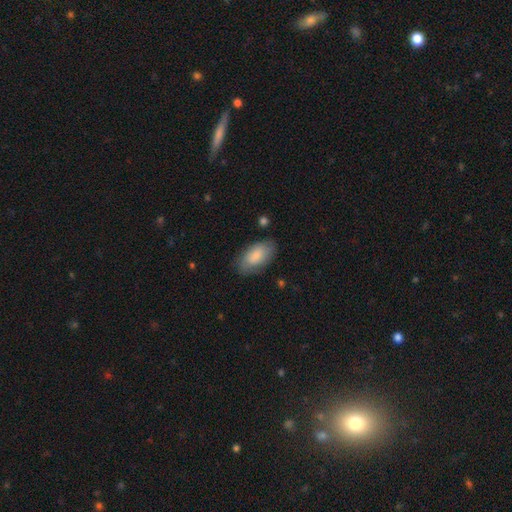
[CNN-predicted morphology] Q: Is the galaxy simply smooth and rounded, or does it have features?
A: smooth — 84%.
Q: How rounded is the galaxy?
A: in between — 94%.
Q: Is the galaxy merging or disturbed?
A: none — 78%.